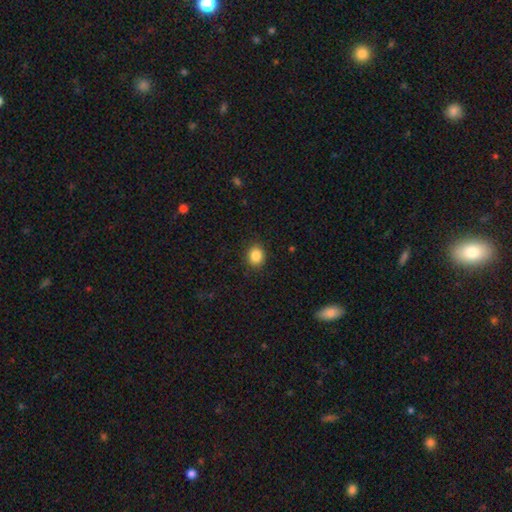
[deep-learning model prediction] A smooth galaxy with no disk features (86%) that is round (67%).

Vote fractions:
- Smooth or featured? smooth: 86% / star or artifact: 10% / featured or disk: 4%
- How rounded? round: 67% / in between: 33% / cigar-shaped: 1%
- Merging? none: 89% / minor disturbance: 8% / major disturbance: 2% / merger: 1%